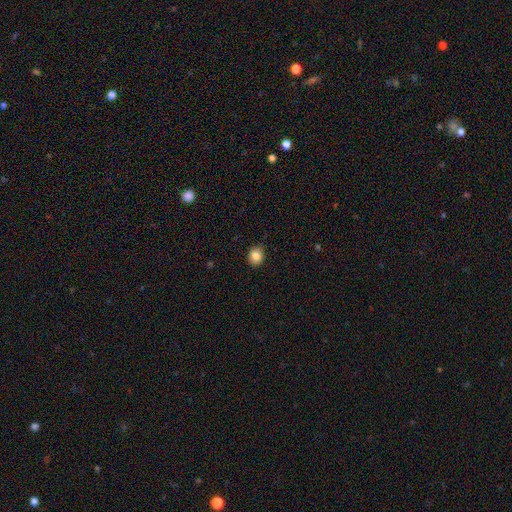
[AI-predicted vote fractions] This is clearly a smooth galaxy (85%). How rounded: likely round (70%). Merging: clearly none (84%).